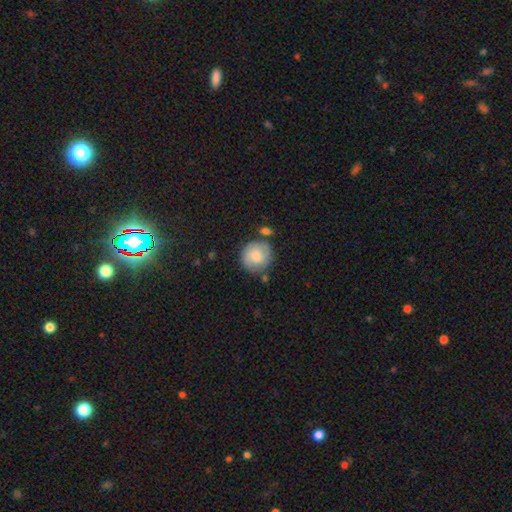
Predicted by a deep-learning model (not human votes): smooth 66%, featured or disk 27%, star or artifact 7%. Down the decision tree: how rounded — round (90%); merging — none (70%).